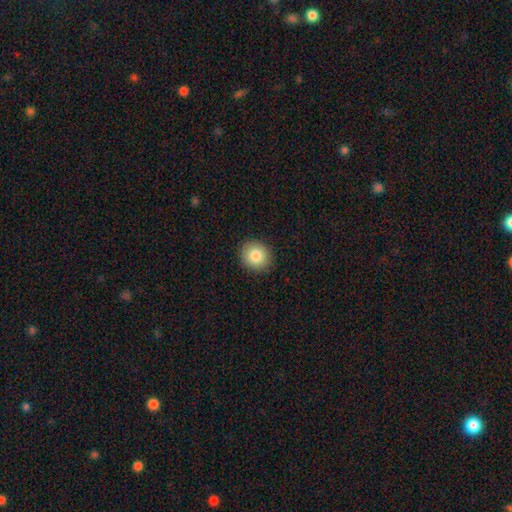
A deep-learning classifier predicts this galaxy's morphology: Smooth or featured?
  - smooth: 84% *
  - star or artifact: 9%
  - featured or disk: 7%
How rounded?
  - round: 84% *
  - in between: 15%
  - cigar-shaped: 1%
Merging?
  - none: 91% *
  - minor disturbance: 6%
  - major disturbance: 2%
  - merger: 1%